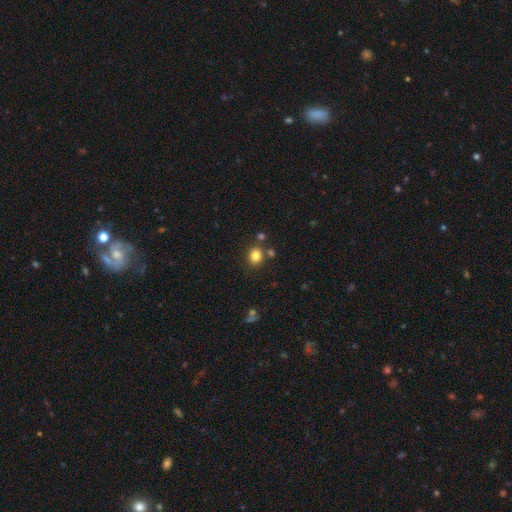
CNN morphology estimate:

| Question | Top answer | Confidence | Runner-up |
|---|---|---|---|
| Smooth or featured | smooth | 82% | star or artifact (12%) |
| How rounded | round | 71% | in between (28%) |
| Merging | none | 80% | minor disturbance (9%) |